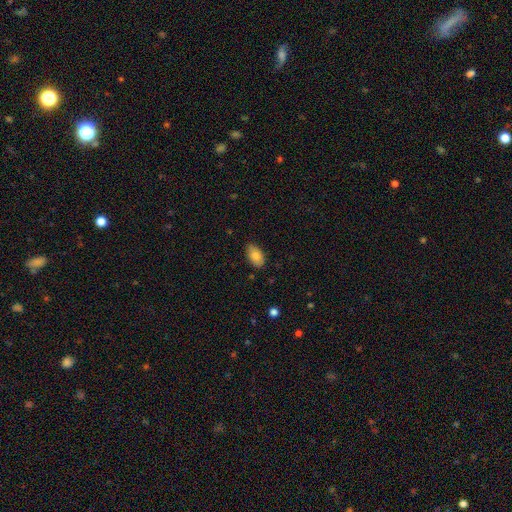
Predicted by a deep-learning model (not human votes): Morphology: type=smooth (81%); roundness=in between (93%); merging=none (82%).